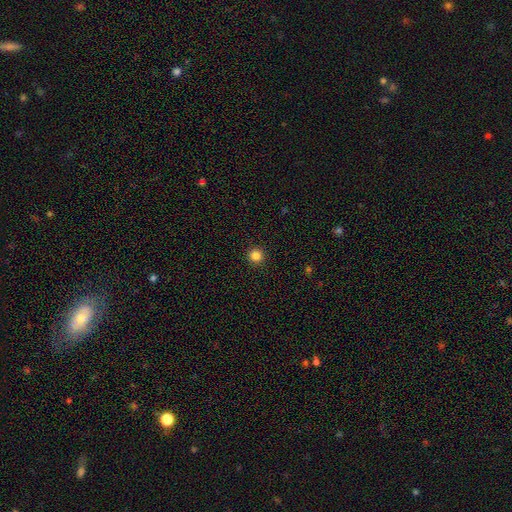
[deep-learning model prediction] smooth-or-featured: smooth: 84% | star or artifact: 12% | featured or disk: 4%
  how-rounded: round: 96% | in between: 3% | cigar-shaped: 1%
  merging: none: 93% | minor disturbance: 4% | major disturbance: 2% | merger: 1%